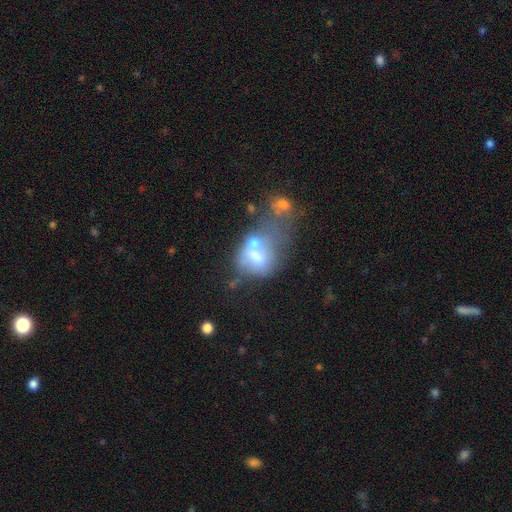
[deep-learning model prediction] smooth-or-featured: smooth: 48% | featured or disk: 40% | star or artifact: 12%
  merging: merger: 55% | major disturbance: 20% | none: 13% | minor disturbance: 11%